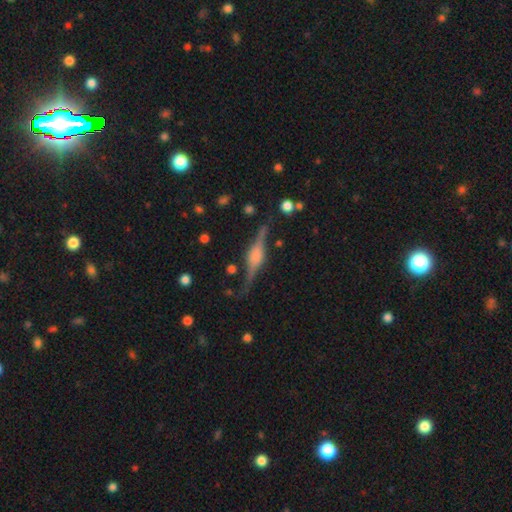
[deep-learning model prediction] Morphology: type=featured or disk (82%); edge-on=yes (97%); edge-on bulge=rounded (78%); merging=none (82%).